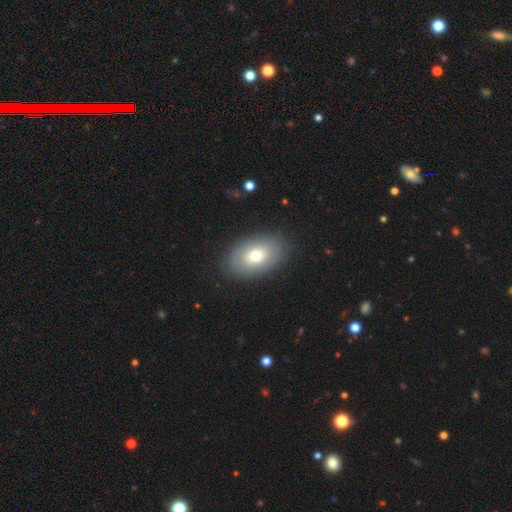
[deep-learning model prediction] Overall: smooth (66%; featured or disk 27%). How rounded: in between (88%). Merging: none (84%).